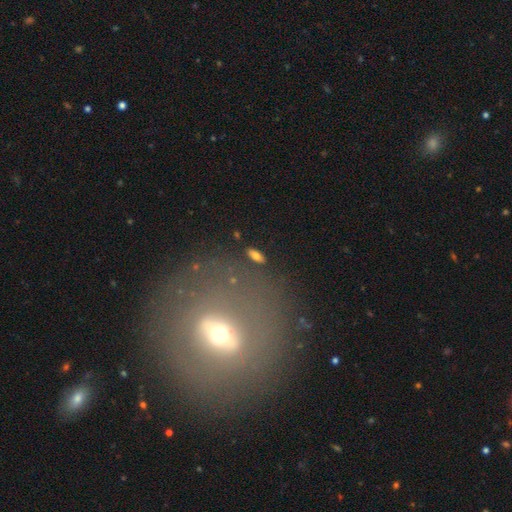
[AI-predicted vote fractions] This appears to be a smooth galaxy with no disk features (74%) that is in between round and cigar-shaped (77%). Merging: none (86%).